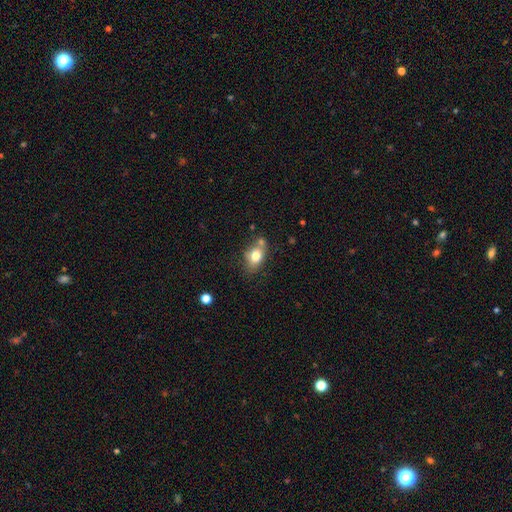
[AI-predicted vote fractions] The model was most divided on "merging": none: 56%, minor disturbance: 21%, merger: 18%, major disturbance: 6%. More confident: smooth or featured — smooth (76%); how rounded — in between (74%).